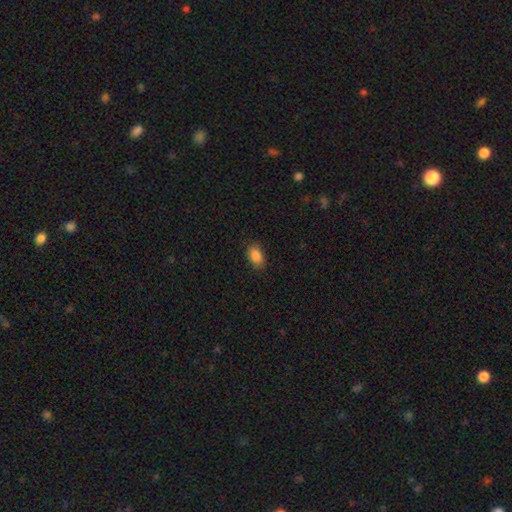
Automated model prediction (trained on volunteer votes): Smooth or featured? smooth (88%)
How rounded? in between (89%)
Merging? none (85%)